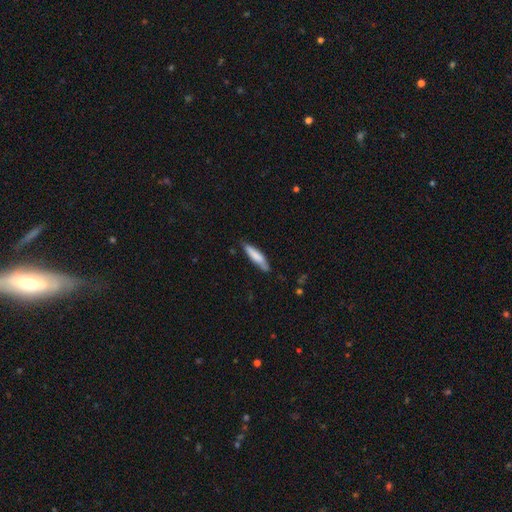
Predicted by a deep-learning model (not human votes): This appears to be a smooth galaxy with no disk features (76%) that is cigar-shaped (79%). Merging: none (76%).